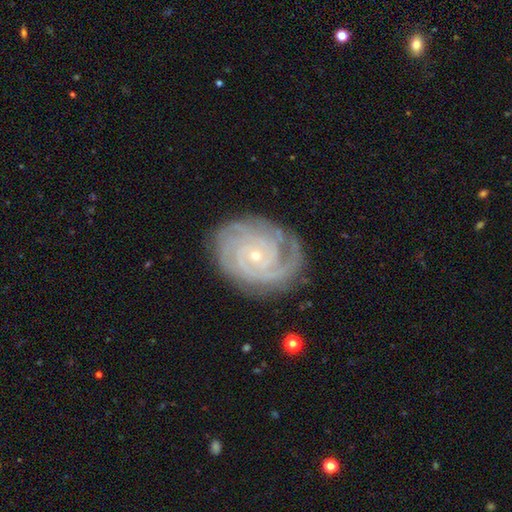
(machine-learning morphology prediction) Smooth or featured? featured or disk (89%)
Edge-on disk? no (97%)
Bar? no (77%)
Spiral arms? yes (98%)
Spiral winding? tight (82%)
Spiral arm count? 3 (29%)
Bulge size? small (80%)
Merging? none (79%)